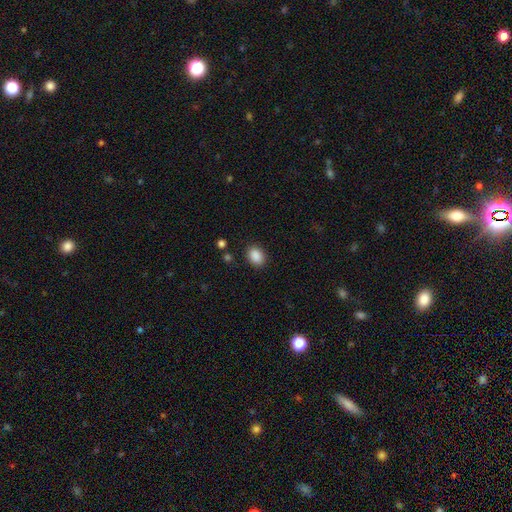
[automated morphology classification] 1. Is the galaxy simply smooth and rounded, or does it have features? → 88% smooth, 9% star or artifact, 3% featured or disk.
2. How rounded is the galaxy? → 65% in between, 34% round, 1% cigar-shaped.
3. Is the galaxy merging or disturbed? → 87% none, 9% minor disturbance, 3% major disturbance, 2% merger.